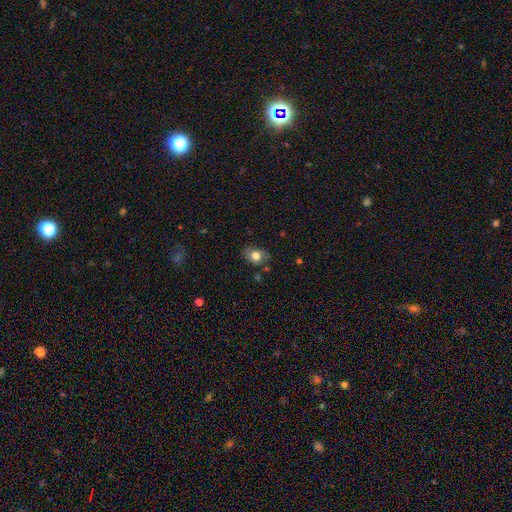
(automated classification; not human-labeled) Overall: smooth (72%). How rounded: in between (66%; round 33%). Merging: none (71%).